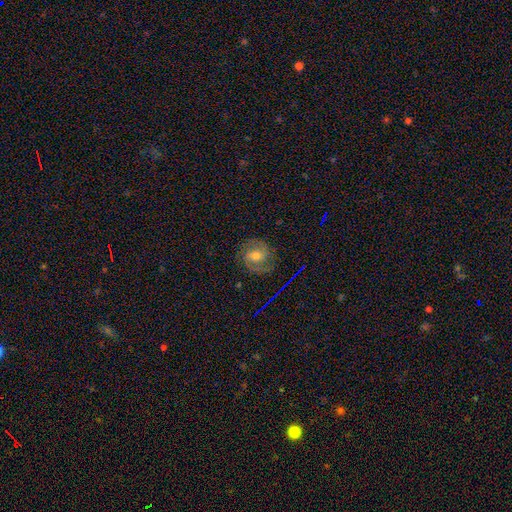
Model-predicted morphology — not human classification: Q: Smooth or featured?
A: featured or disk (71%); runner-up: smooth (18%)
Q: Edge-on disk?
A: no (97%); runner-up: yes (3%)
Q: Bar?
A: weak (48%); runner-up: no (34%)
Q: Spiral arms?
A: yes (93%); runner-up: no (7%)
Q: Spiral winding?
A: medium (51%); runner-up: tight (35%)
Q: Spiral arm count?
A: 2 (86%); runner-up: can't tell (7%)
Q: Bulge size?
A: moderate (63%); runner-up: small (28%)
Q: Merging?
A: none (81%); runner-up: minor disturbance (12%)